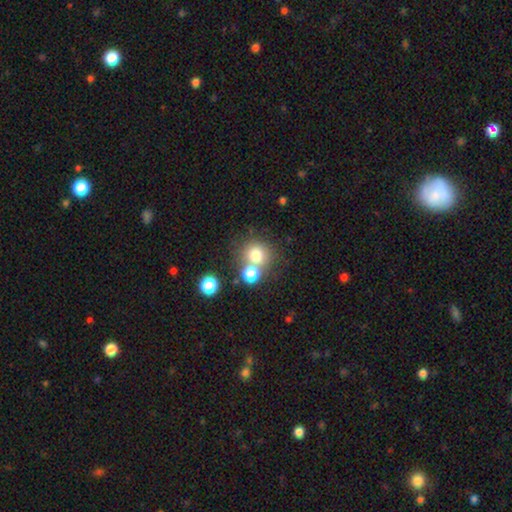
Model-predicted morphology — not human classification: type=smooth (75%); roundness=round (87%); merging=none (59%).